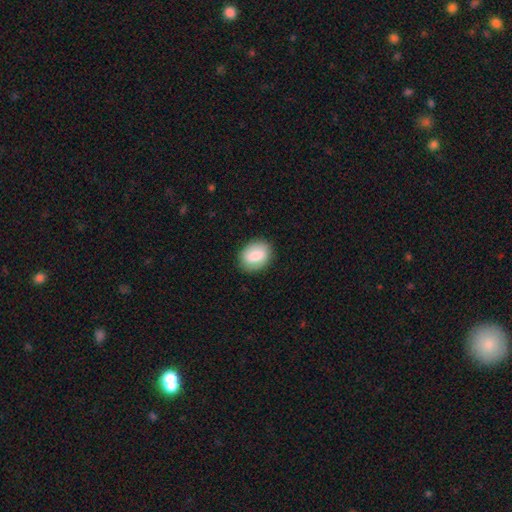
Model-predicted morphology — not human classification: This appears to be a smooth galaxy with no disk features (79%) that is in between round and cigar-shaped (69%). Merging: none (86%).